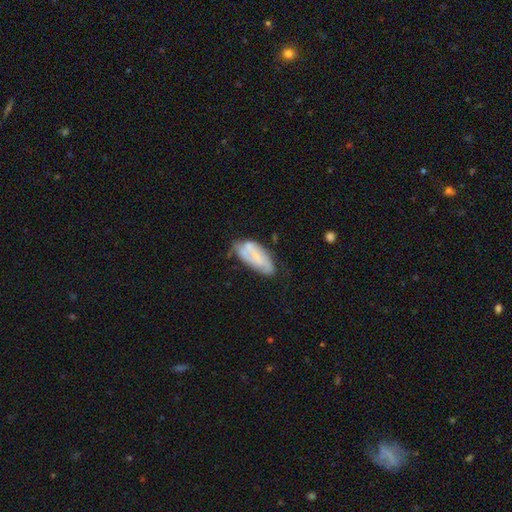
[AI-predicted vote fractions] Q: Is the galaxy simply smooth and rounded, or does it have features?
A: smooth — 56%.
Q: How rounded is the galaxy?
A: in between — 85%.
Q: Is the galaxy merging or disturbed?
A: none — 46%.